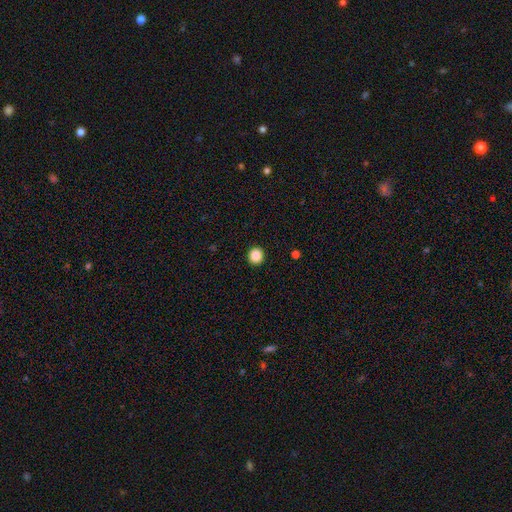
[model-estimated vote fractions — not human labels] smooth-or-featured: smooth: 86% | star or artifact: 10% | featured or disk: 4%
  how-rounded: round: 91% | in between: 9% | cigar-shaped: 1%
  merging: none: 93% | minor disturbance: 4% | major disturbance: 2% | merger: 1%